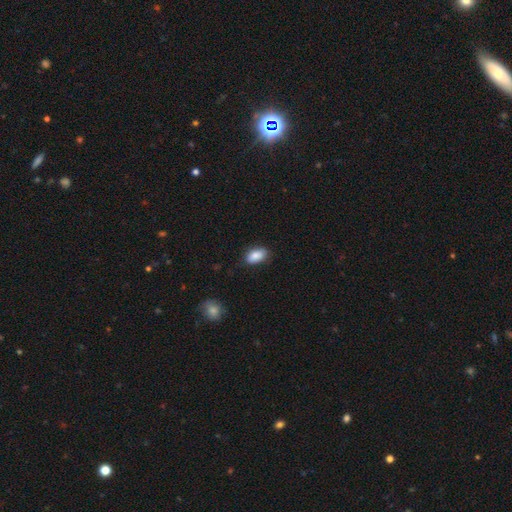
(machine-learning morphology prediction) smooth-or-featured: smooth: 86% | star or artifact: 7% | featured or disk: 6%
  how-rounded: in between: 92% | round: 6% | cigar-shaped: 3%
  merging: none: 79% | minor disturbance: 17% | major disturbance: 3% | merger: 1%